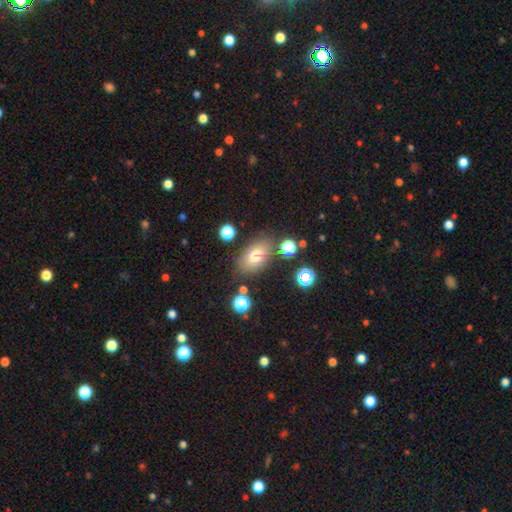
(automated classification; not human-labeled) Q: Smooth or featured?
A: smooth (74%); runner-up: featured or disk (14%)
Q: How rounded?
A: in between (83%); runner-up: round (14%)
Q: Merging?
A: none (76%); runner-up: minor disturbance (14%)